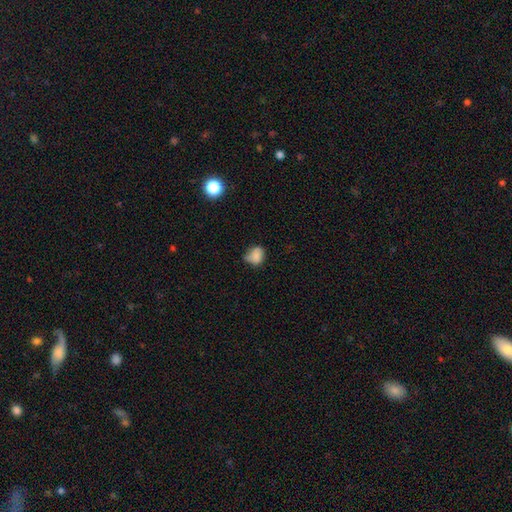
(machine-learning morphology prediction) The model was most divided on "how rounded": round: 54%, in between: 45%, cigar-shaped: 1%. Remaining: smooth or featured — smooth (78%); merging — none (47%).